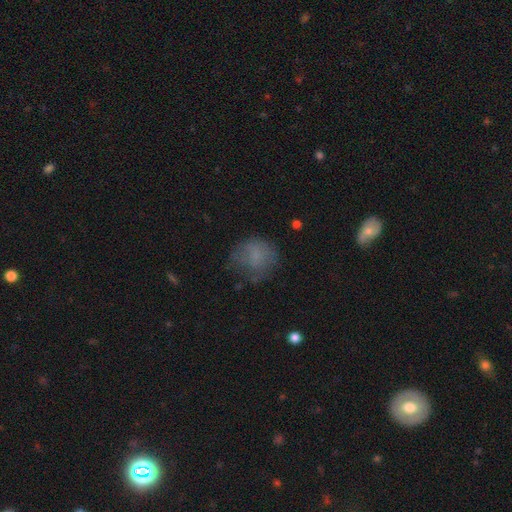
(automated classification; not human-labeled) This appears to be a smooth galaxy with no disk features (68%) that is round (78%). Merging: none (54%).